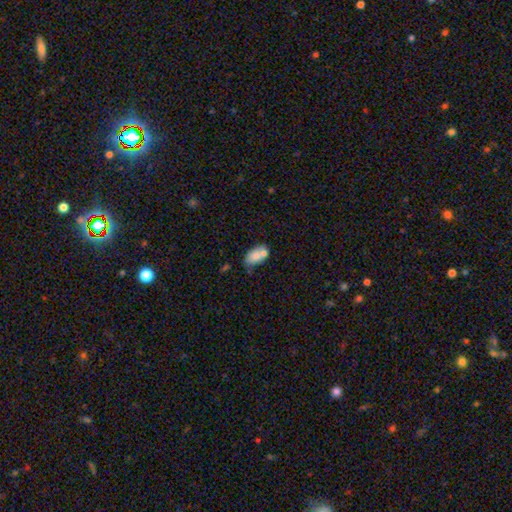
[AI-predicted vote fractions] Morphology: type=smooth (75%); roundness=in between (89%); merging=none (40%).